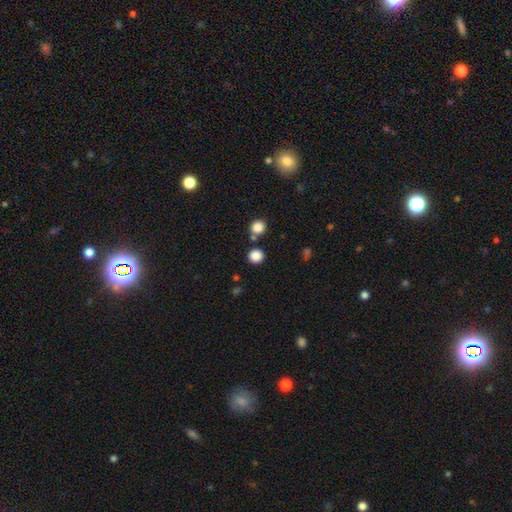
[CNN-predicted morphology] This appears to be a smooth galaxy with no disk features (85%) that is round (90%). Merging: none (80%).